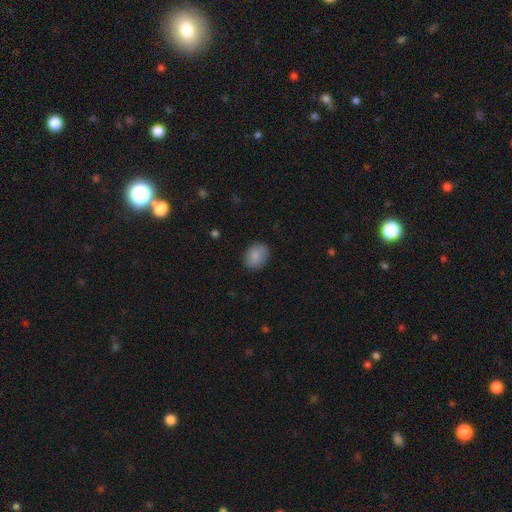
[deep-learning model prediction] Overall: smooth (86%). How rounded: in between (61%; round 38%). Merging: none (85%).